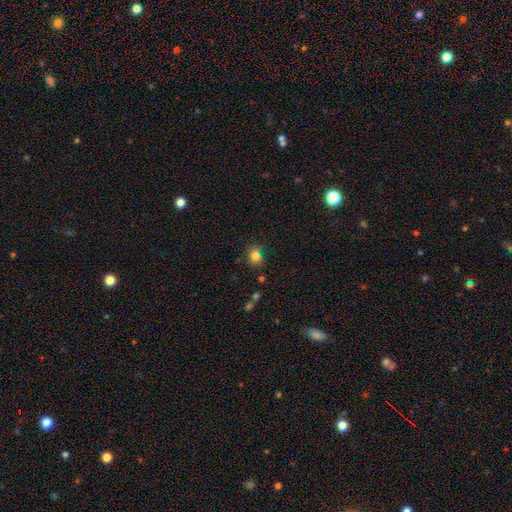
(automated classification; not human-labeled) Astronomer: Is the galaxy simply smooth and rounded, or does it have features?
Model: smooth — 80%.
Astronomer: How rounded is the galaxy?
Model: round — 73%.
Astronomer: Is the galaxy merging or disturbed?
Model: none — 71%.